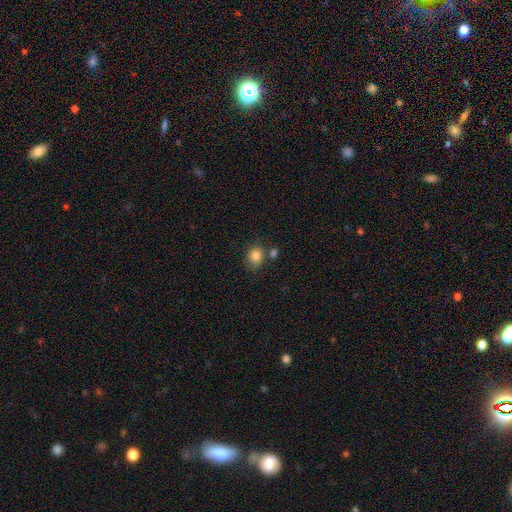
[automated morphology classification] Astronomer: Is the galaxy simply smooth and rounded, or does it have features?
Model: smooth — 84%.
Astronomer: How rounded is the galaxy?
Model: round — 60% (runner-up: in between, 39%).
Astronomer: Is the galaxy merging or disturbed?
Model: none — 66%.